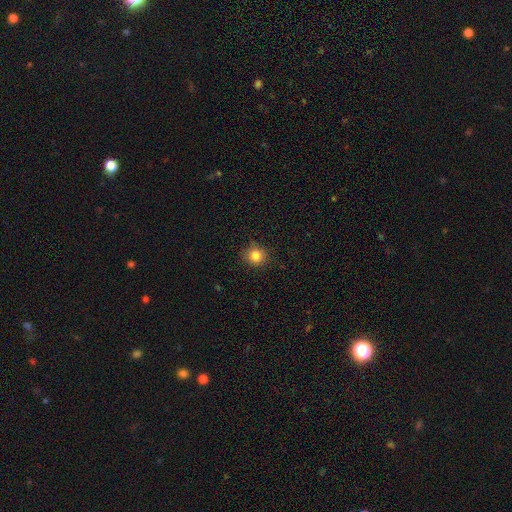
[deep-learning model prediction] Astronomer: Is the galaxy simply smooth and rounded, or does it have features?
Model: smooth — 84%.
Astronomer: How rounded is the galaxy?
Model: round — 88%.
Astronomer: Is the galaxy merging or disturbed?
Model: none — 86%.